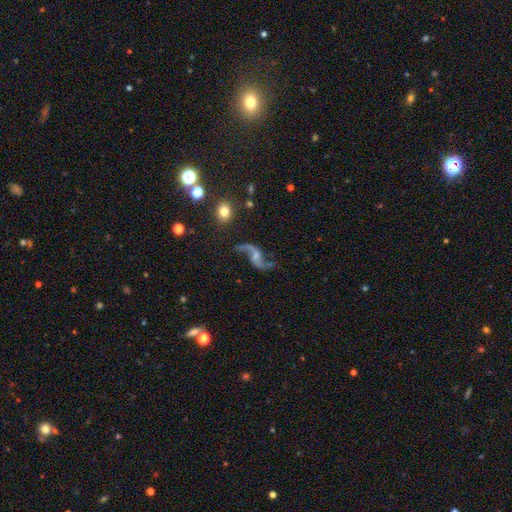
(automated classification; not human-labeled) A featured or disk galaxy (88%) with no bar (52%), 2 (93%) loose (92%) spiral arms (95%) and a small central bulge (49%).

Vote fractions:
- Smooth or featured? featured or disk: 88% / smooth: 6% / star or artifact: 6%
- Edge-on disk? no: 97% / yes: 3%
- Bar? no: 52% / weak: 37% / strong: 12%
- Spiral arms? yes: 95% / no: 5%
- Spiral winding? loose: 92% / medium: 6% / tight: 2%
- Spiral arm count? 2: 93% / 1: 3% / can't tell: 1% / 3: 1% / 4: 1% / more than 4: 1%
- Bulge size? small: 49% / none: 24% / moderate: 22% / large: 3% / dominant: 2%
- Merging? none: 66% / minor disturbance: 16% / major disturbance: 13% / merger: 4%